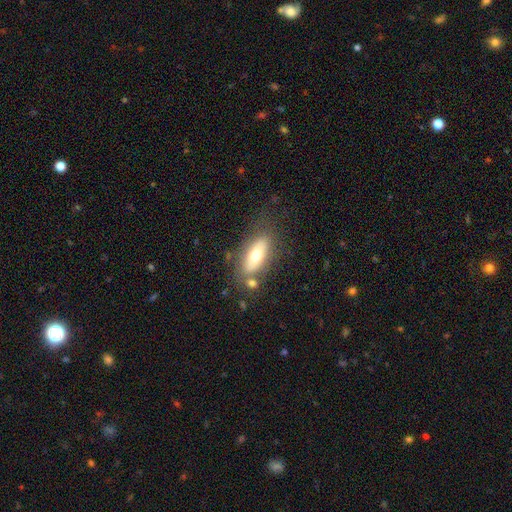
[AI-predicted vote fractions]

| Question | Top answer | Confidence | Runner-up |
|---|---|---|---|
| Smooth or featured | smooth | 61% | featured or disk (32%) |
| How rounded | in between | 78% | cigar-shaped (18%) |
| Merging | none | 70% | minor disturbance (15%) |